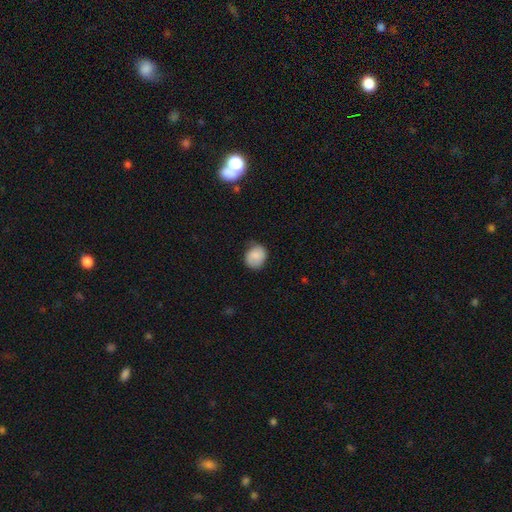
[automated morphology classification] Smooth or featured: smooth — 81% (featured or disk — 12%)
How rounded: round — 63% (in between — 36%)
Merging: none — 67% (minor disturbance — 26%)